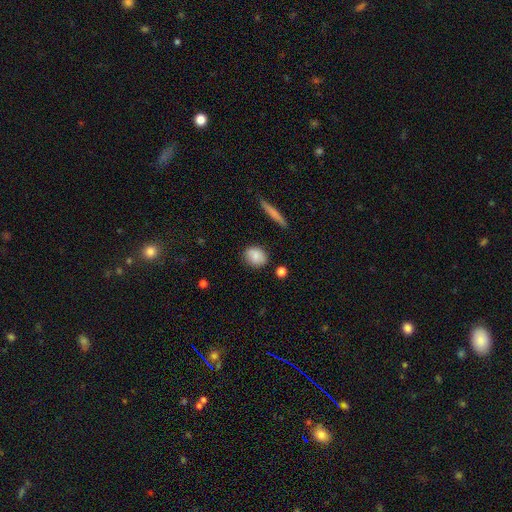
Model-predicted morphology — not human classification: A smooth galaxy with no disk features (84%) that is in between round and cigar-shaped (49%).

Vote fractions:
- Smooth or featured? smooth: 84% / featured or disk: 9% / star or artifact: 7%
- How rounded? in between: 49% / round: 48% / cigar-shaped: 3%
- Merging? none: 83% / minor disturbance: 12% / major disturbance: 3% / merger: 3%